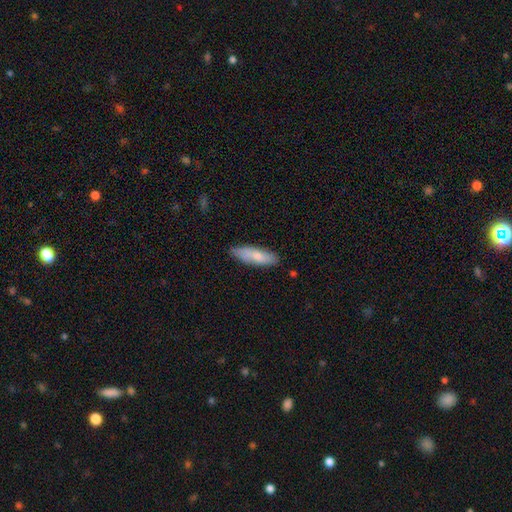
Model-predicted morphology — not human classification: Smooth or featured? Predicted: smooth (p=0.75). How rounded? Predicted: in between (p=0.49, tied with cigar-shaped). Merging? Predicted: none (p=0.79).